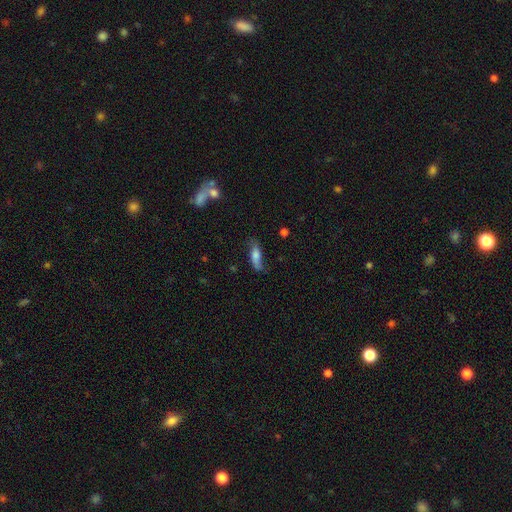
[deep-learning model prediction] This is likely a smooth galaxy (62%). How rounded: possibly in between (53%). Merging: possibly none (59%).